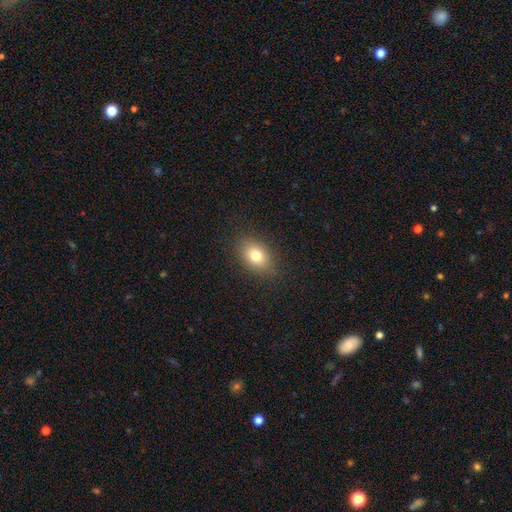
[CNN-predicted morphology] Overall: smooth (78%). How rounded: in between (80%). Merging: none (87%).